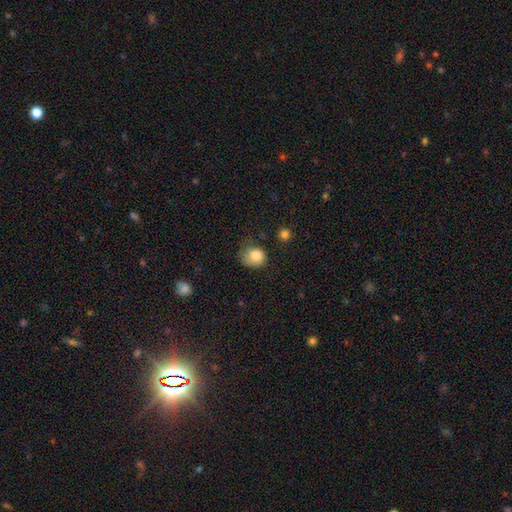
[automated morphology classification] smooth-or-featured: smooth: 81% | star or artifact: 10% | featured or disk: 10%
  how-rounded: round: 71% | in between: 29% | cigar-shaped: 1%
  merging: none: 47% | minor disturbance: 35% | major disturbance: 16% | merger: 2%